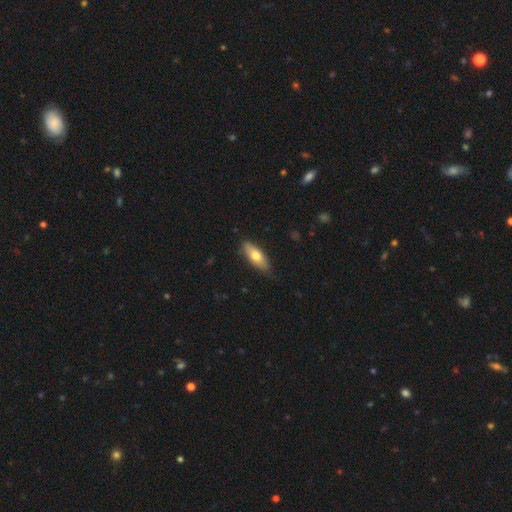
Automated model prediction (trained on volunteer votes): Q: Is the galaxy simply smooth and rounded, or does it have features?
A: smooth — 69%.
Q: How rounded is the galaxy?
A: in between — 70%.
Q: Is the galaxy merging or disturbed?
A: none — 82%.